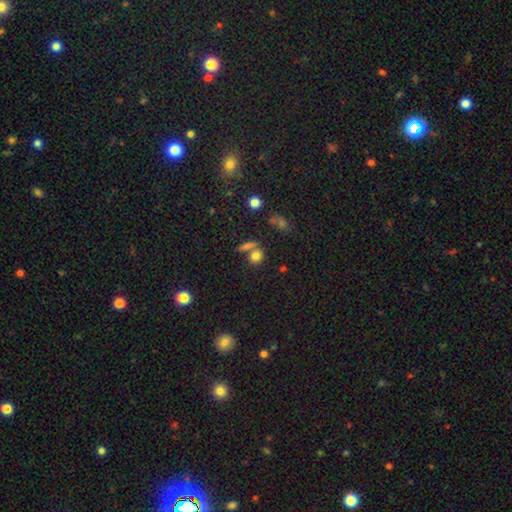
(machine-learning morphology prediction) This appears to be a smooth galaxy with no disk features (76%) that is round (62%). Merging: none (58%).